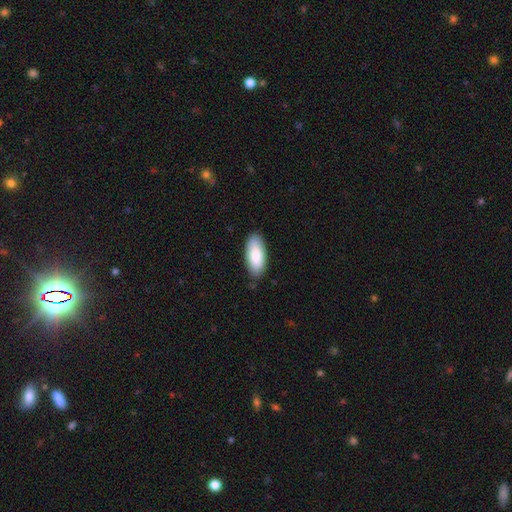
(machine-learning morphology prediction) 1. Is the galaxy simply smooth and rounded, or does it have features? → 84% smooth, 10% featured or disk, 5% star or artifact.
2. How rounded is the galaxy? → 86% in between, 13% cigar-shaped, 2% round.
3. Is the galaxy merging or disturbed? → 84% none, 13% minor disturbance, 2% major disturbance, 1% merger.